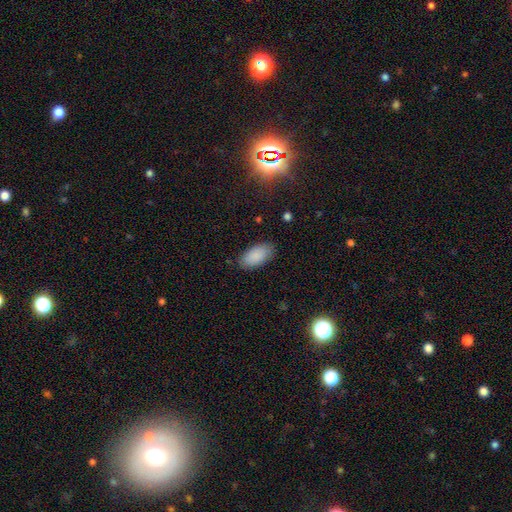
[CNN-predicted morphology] This is clearly a smooth galaxy (89%). How rounded: clearly in between (94%). Merging: clearly none (85%).